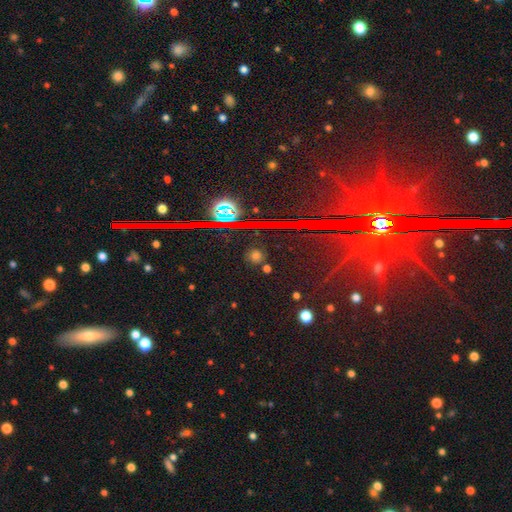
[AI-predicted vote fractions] Overall: smooth (50%; star or artifact 43%). Merging: none (84%).